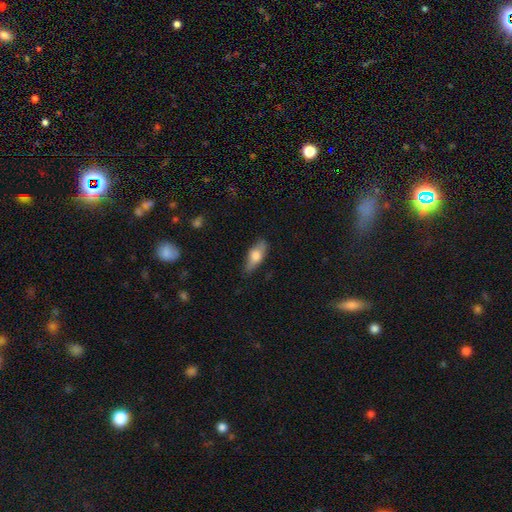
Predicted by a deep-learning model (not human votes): Smooth or featured? smooth (64%)
How rounded? in between (70%)
Merging? none (78%)